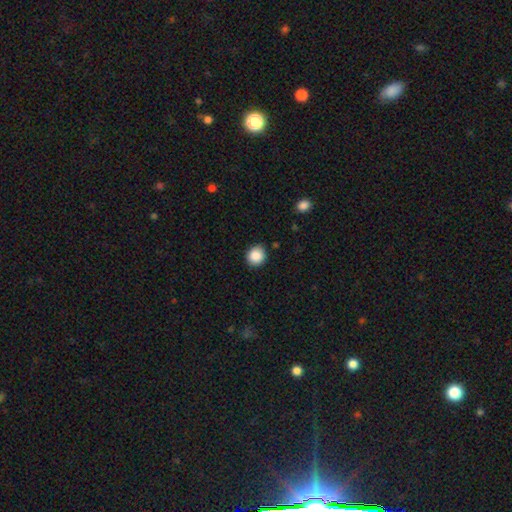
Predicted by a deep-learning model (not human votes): Q: Smooth or featured?
A: smooth (88%); runner-up: star or artifact (9%)
Q: How rounded?
A: round (87%); runner-up: in between (12%)
Q: Merging?
A: none (89%); runner-up: minor disturbance (8%)